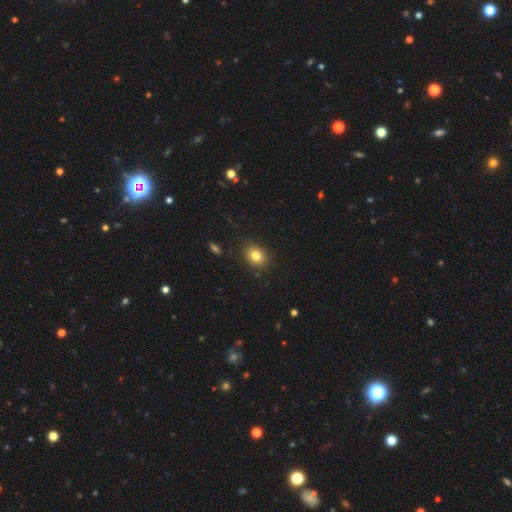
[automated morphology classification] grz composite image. It shows a smooth galaxy with no disk features (81%) that is round (51%). Merging: none (87%).